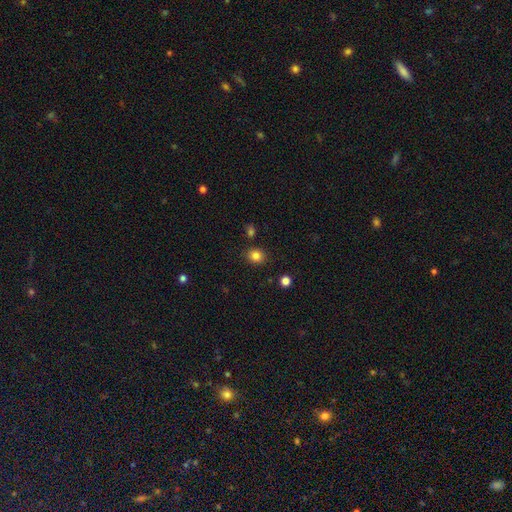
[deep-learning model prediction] A smooth galaxy with no disk features (83%) that is round (76%). Merging: none (87%).